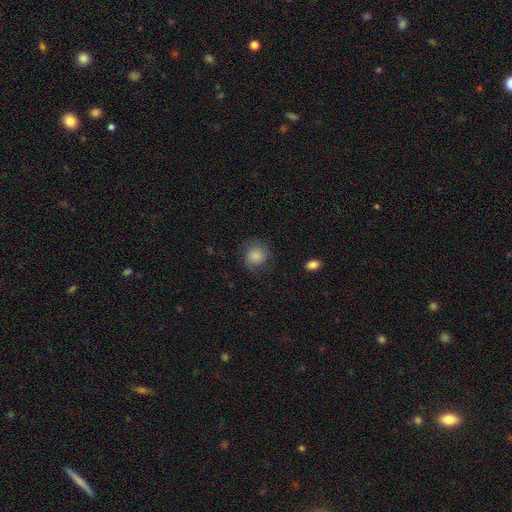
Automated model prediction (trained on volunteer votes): This is likely a smooth galaxy (74%). How rounded: clearly round (83%). Merging: likely none (73%).